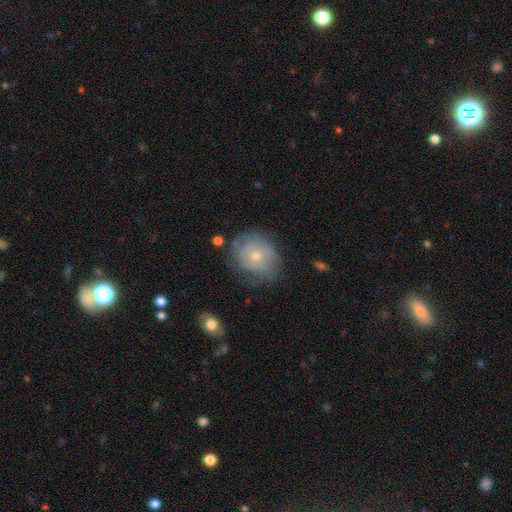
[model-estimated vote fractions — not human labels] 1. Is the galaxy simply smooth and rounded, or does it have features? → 49% smooth, 43% featured or disk, 8% star or artifact.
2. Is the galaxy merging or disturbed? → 64% none, 25% minor disturbance, 10% major disturbance, 2% merger.